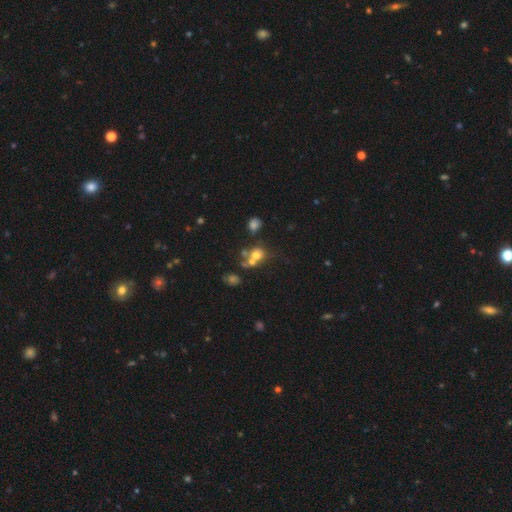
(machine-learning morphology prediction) Smooth or featured? smooth (61%)
How rounded? round (70%)
Merging? merger (44%)